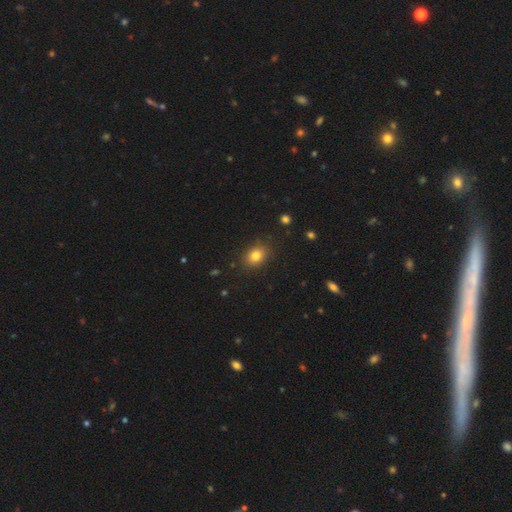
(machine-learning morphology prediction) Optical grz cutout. It shows a smooth galaxy with no disk features (82%) that is in between round and cigar-shaped (55%). Merging: none (85%).